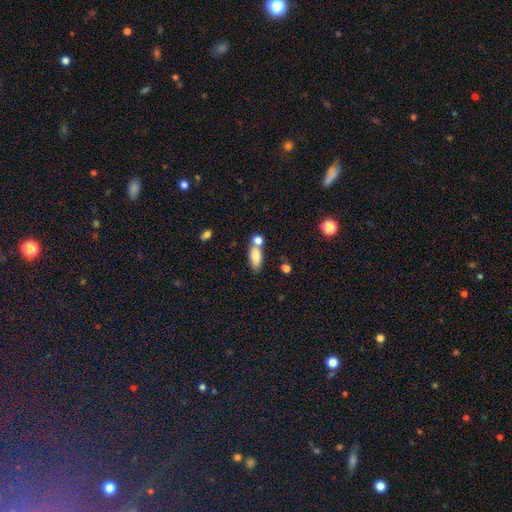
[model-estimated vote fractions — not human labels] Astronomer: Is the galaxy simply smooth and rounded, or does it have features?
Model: smooth — 80%.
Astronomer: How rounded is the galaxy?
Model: in between — 77%.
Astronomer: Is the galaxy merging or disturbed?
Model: none — 47% (runner-up: merger, 36%).